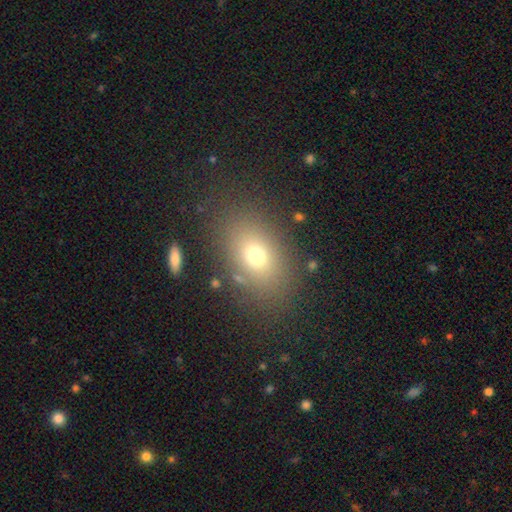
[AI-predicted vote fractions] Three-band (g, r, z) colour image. It shows a smooth galaxy with no disk features (70%) that is in between round and cigar-shaped (70%). Merging: none (80%).